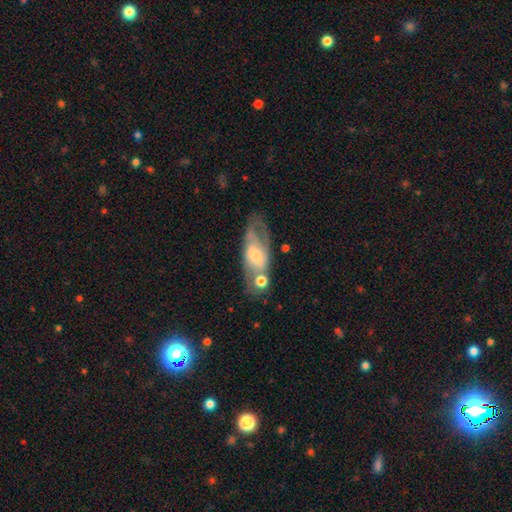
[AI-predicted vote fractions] Smooth or featured? Predicted: featured or disk (p=0.54). Edge-on disk? Predicted: no (p=0.86). Merging? Predicted: none (p=0.42).